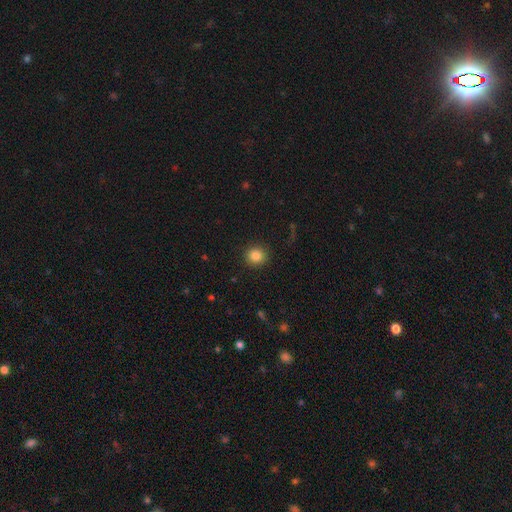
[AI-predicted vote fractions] Morphology: type=smooth (85%); roundness=round (90%); merging=none (91%).